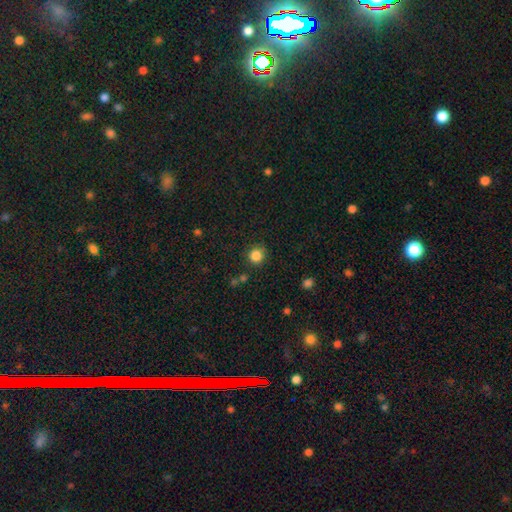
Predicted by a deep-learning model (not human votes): smooth-or-featured: smooth: 85% | star or artifact: 11% | featured or disk: 4%
  how-rounded: round: 92% | in between: 8% | cigar-shaped: 1%
  merging: none: 85% | minor disturbance: 9% | merger: 3% | major disturbance: 3%